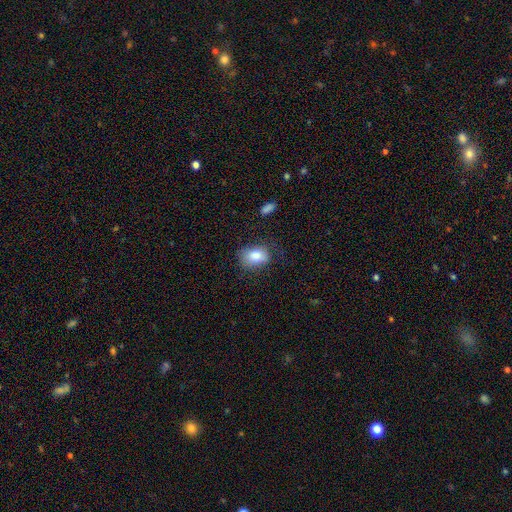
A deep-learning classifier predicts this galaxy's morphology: type=smooth (82%); roundness=in between (79%); merging=none (58%).